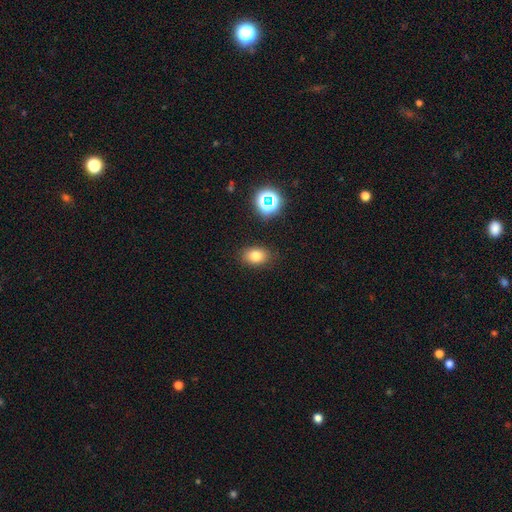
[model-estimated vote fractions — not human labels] smooth-or-featured: smooth: 77% | star or artifact: 14% | featured or disk: 9%
  how-rounded: in between: 76% | round: 23% | cigar-shaped: 1%
  merging: none: 85% | minor disturbance: 10% | major disturbance: 3% | merger: 2%